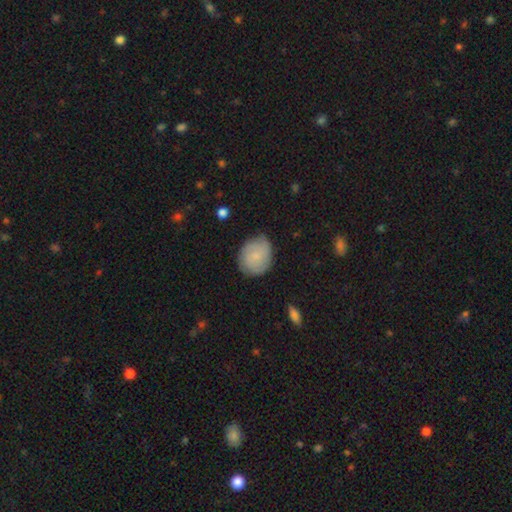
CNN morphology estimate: The model was most divided on "how rounded": round: 59%, in between: 39%, cigar-shaped: 1%. More confident: merging — none (71%); smooth or featured — smooth (71%).